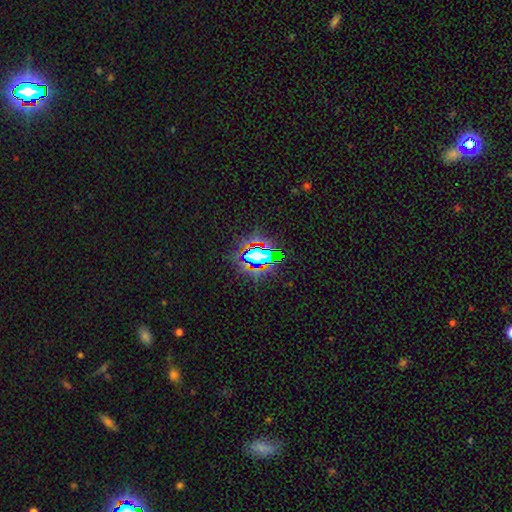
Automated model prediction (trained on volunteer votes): Q: Smooth or featured?
A: star or artifact (63%); runner-up: smooth (23%)